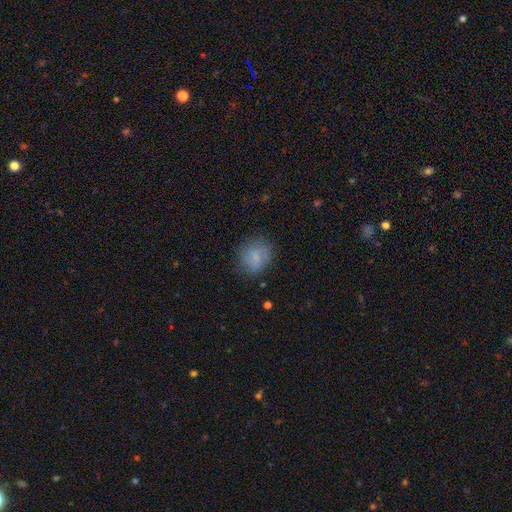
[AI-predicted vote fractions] A smooth galaxy with no disk features (77%) that is round (70%). Merging: none (74%).